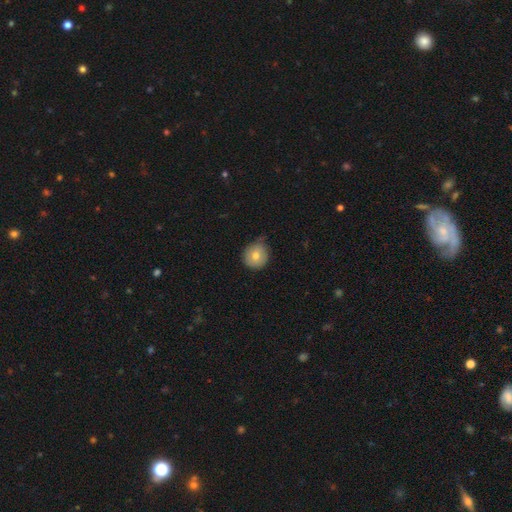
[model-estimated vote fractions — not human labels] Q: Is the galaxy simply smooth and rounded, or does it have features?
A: smooth — 75%.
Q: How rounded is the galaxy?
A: round — 89%.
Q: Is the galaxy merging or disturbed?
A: none — 67%.